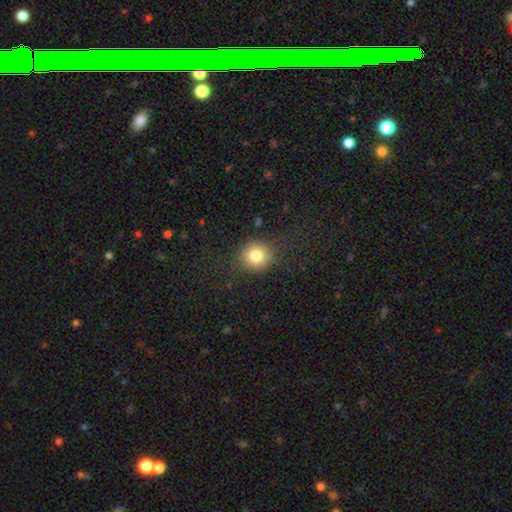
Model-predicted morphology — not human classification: Smooth or featured? Predicted: smooth (p=0.80). How rounded? Predicted: round (p=0.85). Merging? Predicted: none (p=0.86).